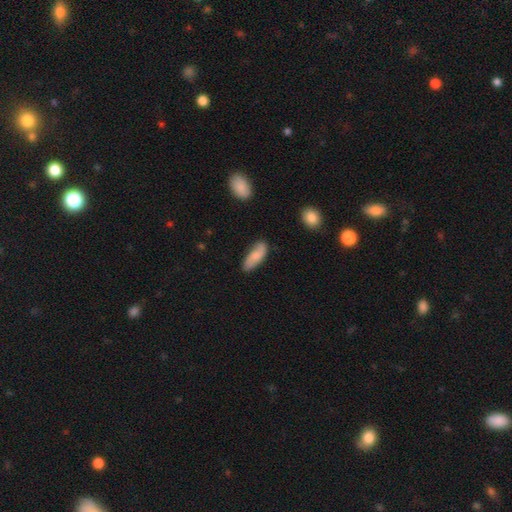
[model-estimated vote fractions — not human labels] The model was most divided on "how rounded": in between: 71%, cigar-shaped: 27%, round: 2%. More confident: merging — none (74%); smooth or featured — smooth (70%).